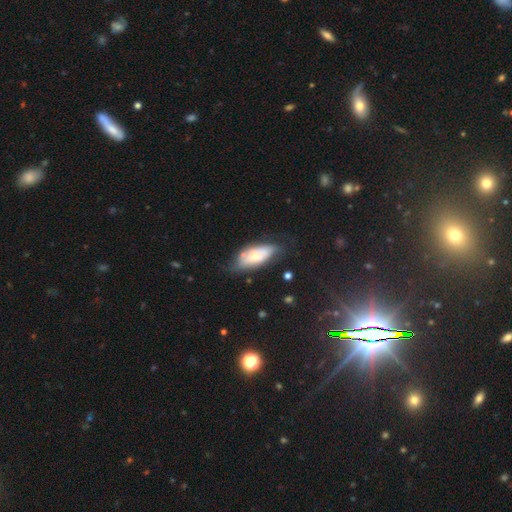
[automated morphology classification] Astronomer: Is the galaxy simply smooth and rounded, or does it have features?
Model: smooth — 57% (runner-up: featured or disk, 36%).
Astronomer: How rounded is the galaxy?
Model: in between — 84%.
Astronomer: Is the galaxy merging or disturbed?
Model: none — 53% (runner-up: minor disturbance, 30%).